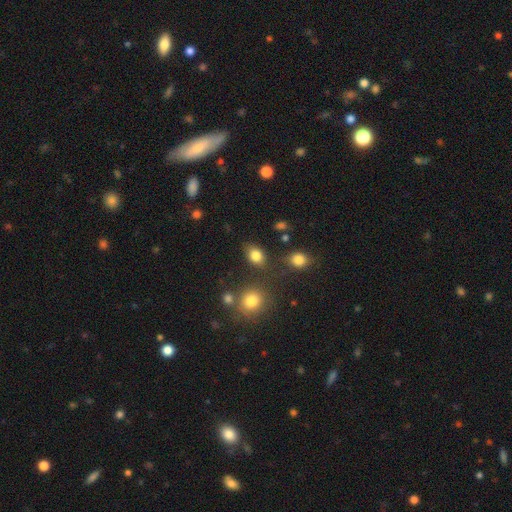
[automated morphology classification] Smooth or featured? Predicted: smooth (p=0.82). How rounded? Predicted: in between (p=0.67). Merging? Predicted: none (p=0.73).